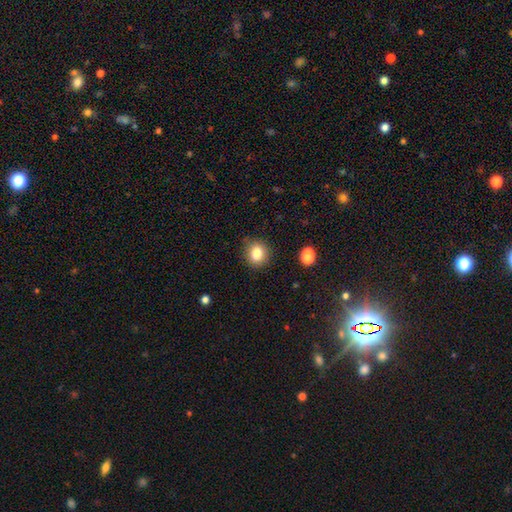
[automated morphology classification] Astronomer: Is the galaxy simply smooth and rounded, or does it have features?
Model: smooth — 83%.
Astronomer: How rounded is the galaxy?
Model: round — 64%.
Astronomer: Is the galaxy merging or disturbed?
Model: none — 79%.